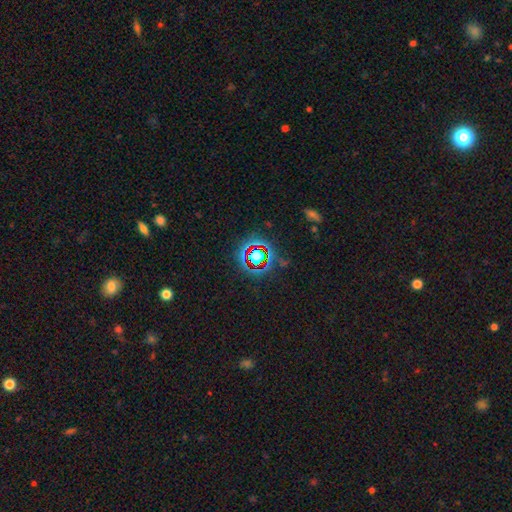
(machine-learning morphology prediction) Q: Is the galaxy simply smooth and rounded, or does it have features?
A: star or artifact — 72%.